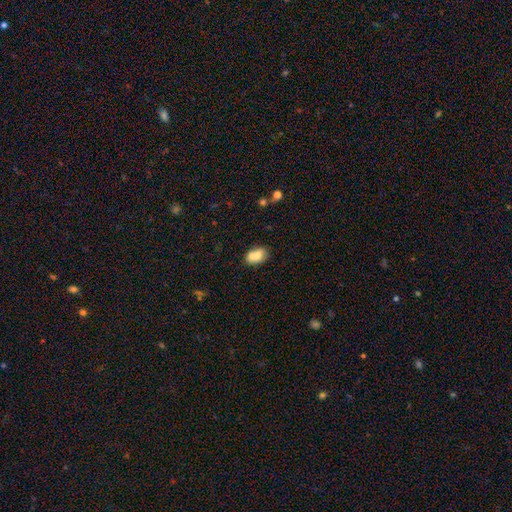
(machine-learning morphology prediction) smooth_or_featured: smooth (p=0.70) [alt: featured or disk p=0.21]
how_rounded: in between (p=0.76) [alt: round p=0.22]
merging: merger (p=0.42) [tied with: none p=0.42]